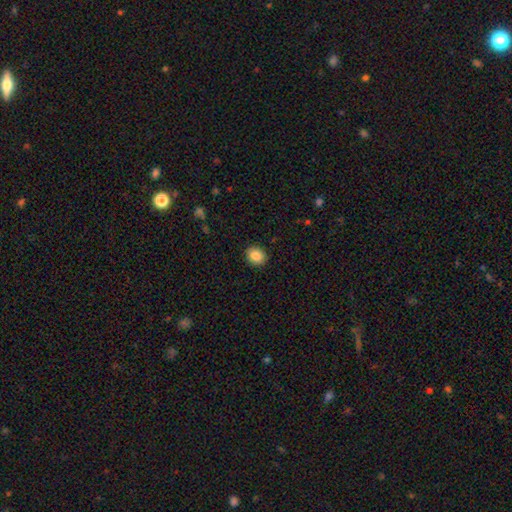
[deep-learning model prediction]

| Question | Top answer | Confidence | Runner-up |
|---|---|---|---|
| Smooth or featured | smooth | 87% | star or artifact (8%) |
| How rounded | round | 59% | in between (40%) |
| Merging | none | 90% | minor disturbance (7%) |